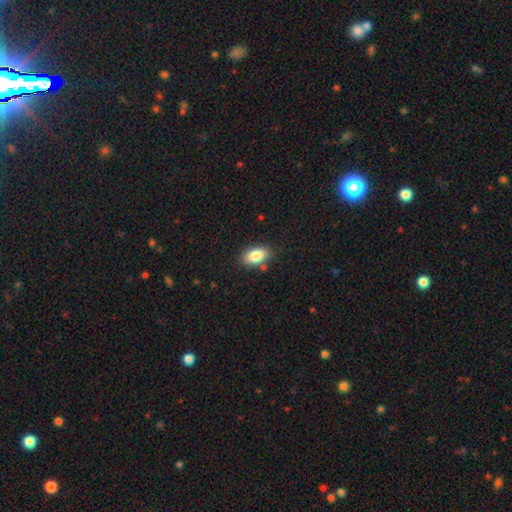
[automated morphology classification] Smooth or featured?
  - smooth: 84% *
  - featured or disk: 8%
  - star or artifact: 8%
How rounded?
  - in between: 92% *
  - round: 6%
  - cigar-shaped: 3%
Merging?
  - none: 82% *
  - minor disturbance: 12%
  - merger: 4%
  - major disturbance: 3%